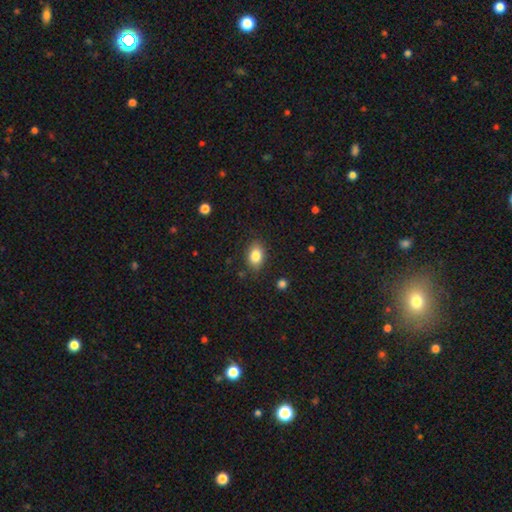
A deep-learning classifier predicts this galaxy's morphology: Smooth or featured?
  - smooth: 83% *
  - star or artifact: 9%
  - featured or disk: 8%
How rounded?
  - in between: 78% *
  - round: 20%
  - cigar-shaped: 1%
Merging?
  - none: 84% *
  - minor disturbance: 12%
  - major disturbance: 3%
  - merger: 1%